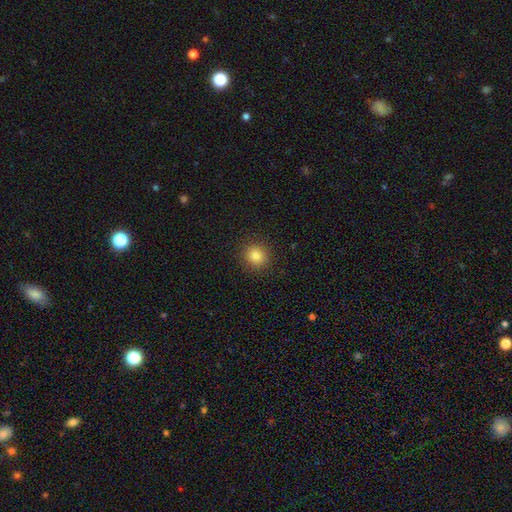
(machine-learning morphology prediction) Smooth or featured: smooth — 84% (star or artifact — 11%)
How rounded: round — 88% (in between — 11%)
Merging: none — 91% (minor disturbance — 6%)